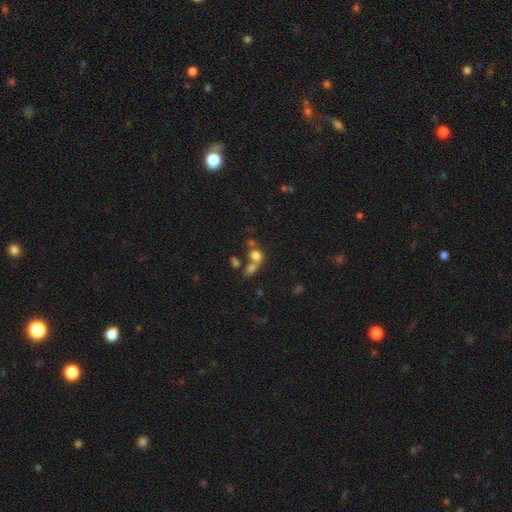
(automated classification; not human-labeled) This appears to be a smooth galaxy with no disk features (71%) that is round (57%). Merging: merger (53%).